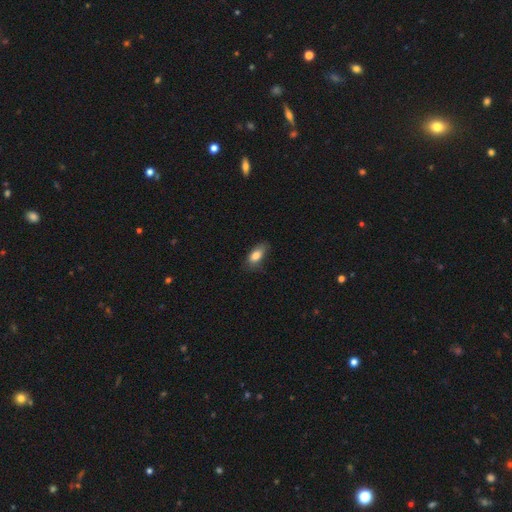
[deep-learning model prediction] The model was most divided on "merging": none: 68%, minor disturbance: 25%, major disturbance: 6%, merger: 1%. More confident: how rounded — in between (86%); smooth or featured — smooth (81%).